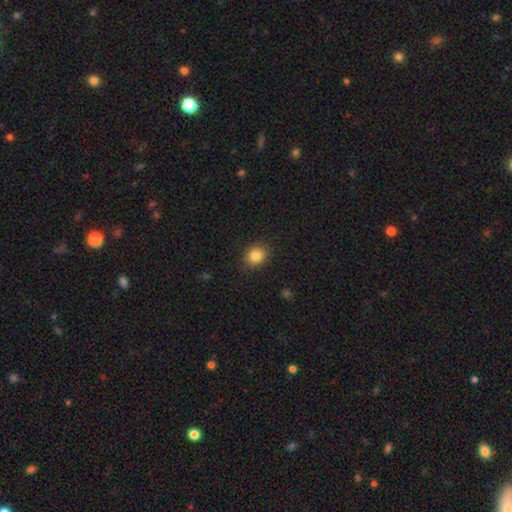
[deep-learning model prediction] smooth_or_featured: smooth (p=0.84) [alt: star or artifact p=0.10]
how_rounded: round (p=0.66) [alt: in between p=0.33]
merging: none (p=0.88) [alt: minor disturbance p=0.09]